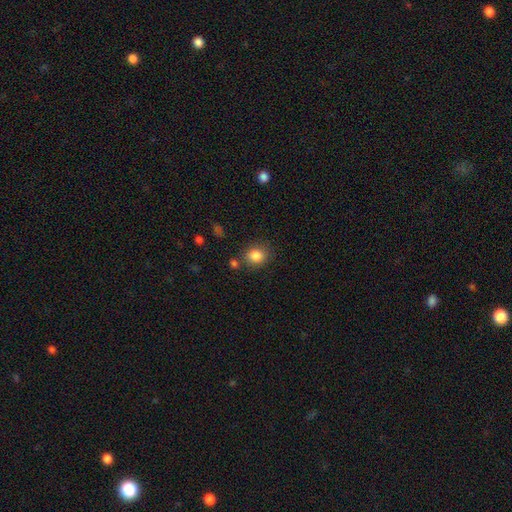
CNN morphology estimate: smooth 86%, star or artifact 10%, featured or disk 5%. Down the decision tree: how rounded — round (71%); merging — none (78%).